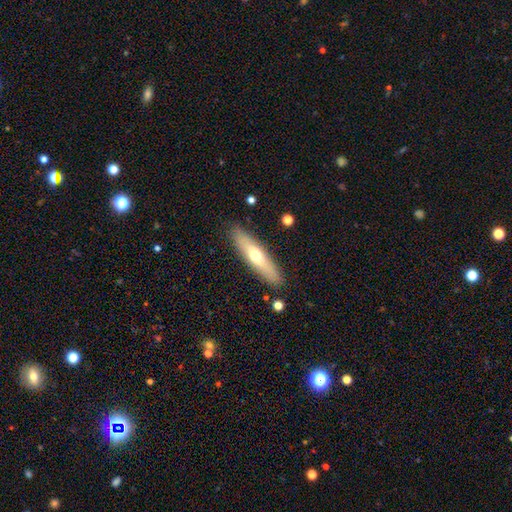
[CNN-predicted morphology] A smooth galaxy with no disk features (51%) that is cigar-shaped (76%).

Vote fractions:
- Smooth or featured? smooth: 51% / featured or disk: 43% / star or artifact: 6%
- How rounded? cigar-shaped: 76% / in between: 22% / round: 2%
- Merging? none: 89% / minor disturbance: 8% / major disturbance: 2% / merger: 1%